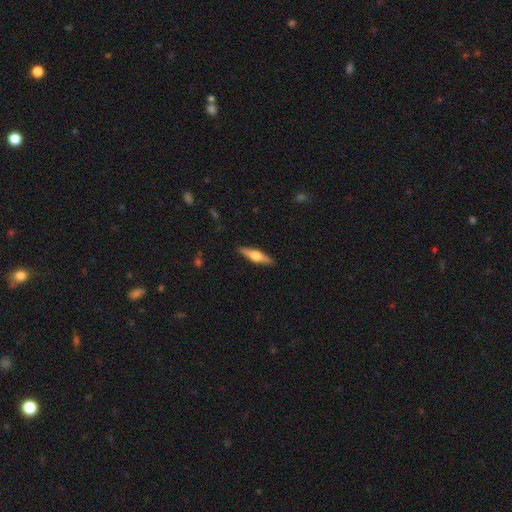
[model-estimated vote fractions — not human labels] Q: Smooth or featured?
A: featured or disk (57%); runner-up: smooth (37%)
Q: Edge-on disk?
A: yes (95%); runner-up: no (5%)
Q: Edge-on bulge?
A: rounded (94%); runner-up: boxy (4%)
Q: Merging?
A: none (90%); runner-up: minor disturbance (7%)